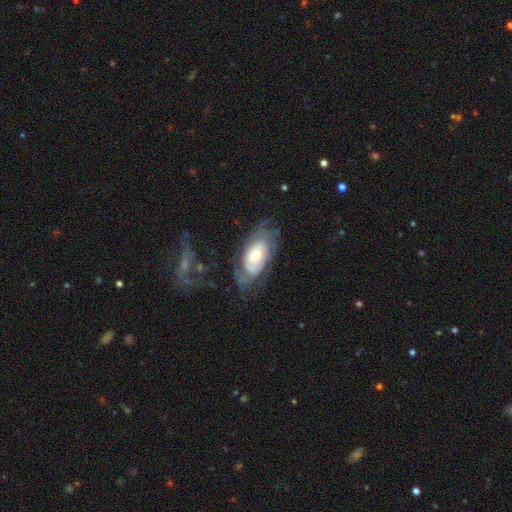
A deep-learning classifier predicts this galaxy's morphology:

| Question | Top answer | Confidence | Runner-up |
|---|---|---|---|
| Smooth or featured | featured or disk | 61% | smooth (32%) |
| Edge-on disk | no | 91% | yes (9%) |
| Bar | no | 78% | weak (18%) |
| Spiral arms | yes | 70% | no (30%) |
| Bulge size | small | 47% | moderate (41%) |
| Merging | none | 54% | minor disturbance (24%) |